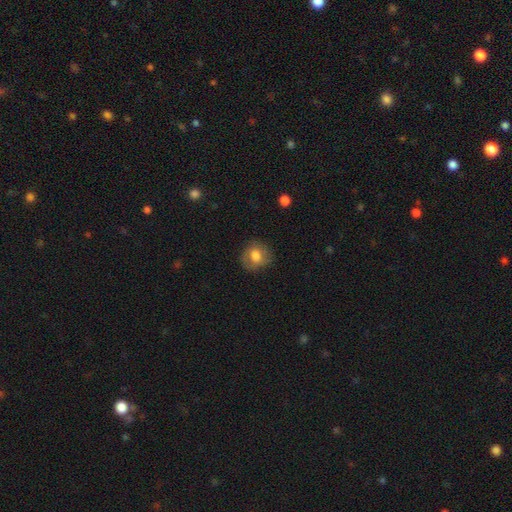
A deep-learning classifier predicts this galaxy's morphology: A smooth galaxy with no disk features (69%) that is round (72%). Merging: none (74%).